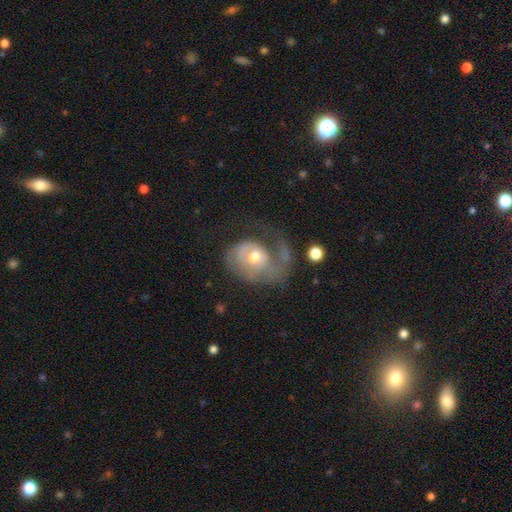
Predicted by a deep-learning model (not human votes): Smooth or featured: featured or disk — 68% (smooth — 26%)
Edge-on disk: no — 97% (yes — 3%)
Bar: no — 69% (weak — 26%)
Spiral arms: yes — 76% (no — 24%)
Spiral winding: tight — 37% (medium — 34%)
Spiral arm count: 1 — 68% (2 — 15%)
Bulge size: moderate — 71% (small — 17%)
Merging: major disturbance — 49% (none — 28%)